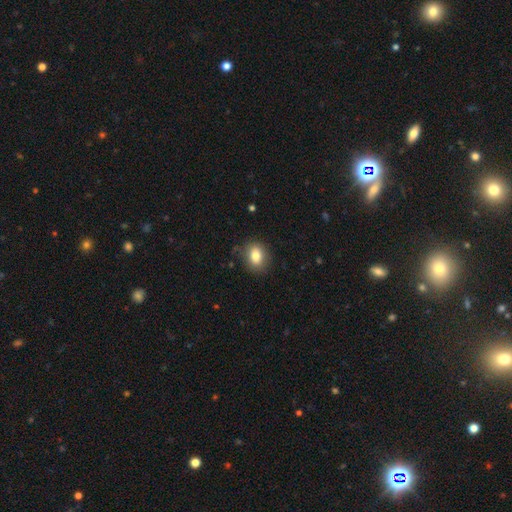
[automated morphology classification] smooth-or-featured: smooth: 82% | featured or disk: 9% | star or artifact: 9%
  how-rounded: in between: 64% | round: 35% | cigar-shaped: 1%
  merging: none: 84% | minor disturbance: 12% | major disturbance: 3% | merger: 1%